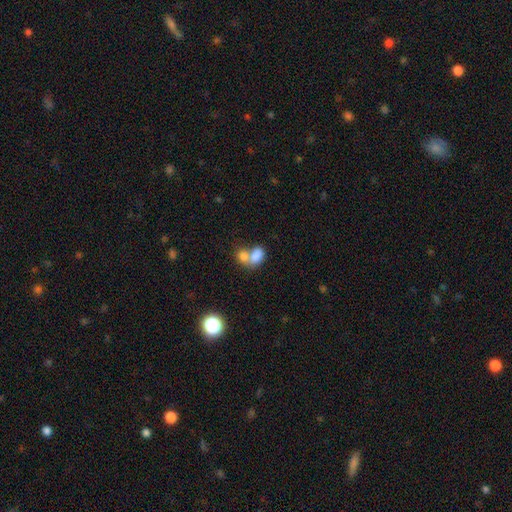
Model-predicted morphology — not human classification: smooth_or_featured: smooth (p=0.79) [alt: featured or disk p=0.12]
how_rounded: in between (p=0.77) [alt: round p=0.22]
merging: merger (p=0.68) [alt: none p=0.21]